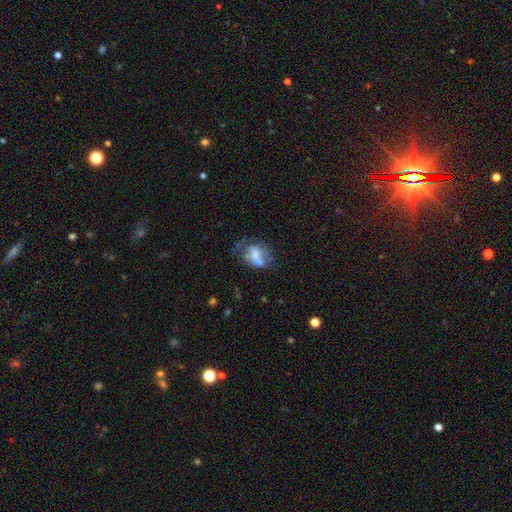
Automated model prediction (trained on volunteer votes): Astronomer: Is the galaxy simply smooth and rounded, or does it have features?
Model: smooth — 50% (runner-up: featured or disk, 39%).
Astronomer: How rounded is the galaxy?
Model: in between — 67%.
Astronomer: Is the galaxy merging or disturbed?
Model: none — 33% (runner-up: major disturbance, 28%).